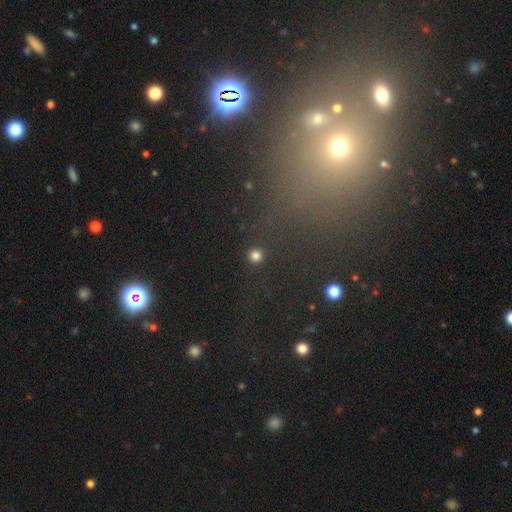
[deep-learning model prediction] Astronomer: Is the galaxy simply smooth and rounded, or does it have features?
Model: smooth — 82%.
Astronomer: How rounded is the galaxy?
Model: round — 95%.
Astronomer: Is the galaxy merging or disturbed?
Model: none — 91%.